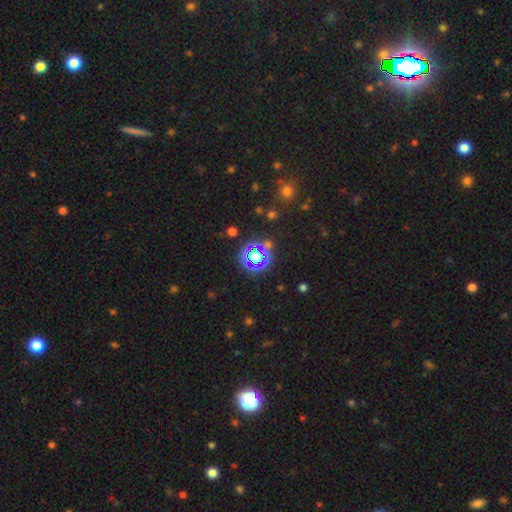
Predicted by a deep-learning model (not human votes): Overall: star or artifact (65%; smooth 25%).